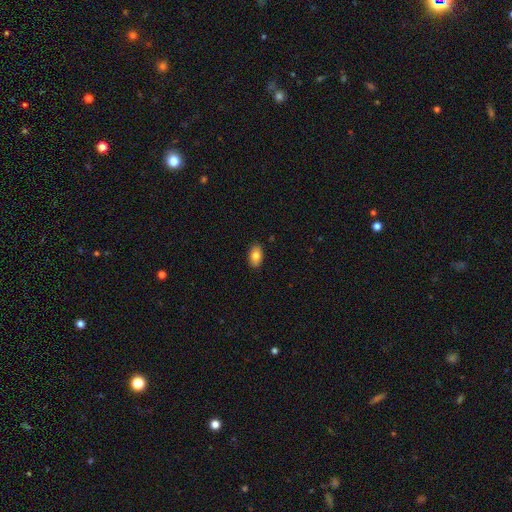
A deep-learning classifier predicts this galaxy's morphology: A smooth galaxy with no disk features (82%) that is in between round and cigar-shaped (91%).

Vote fractions:
- Smooth or featured? smooth: 82% / featured or disk: 10% / star or artifact: 8%
- How rounded? in between: 91% / round: 7% / cigar-shaped: 2%
- Merging? none: 88% / minor disturbance: 9% / major disturbance: 2% / merger: 1%